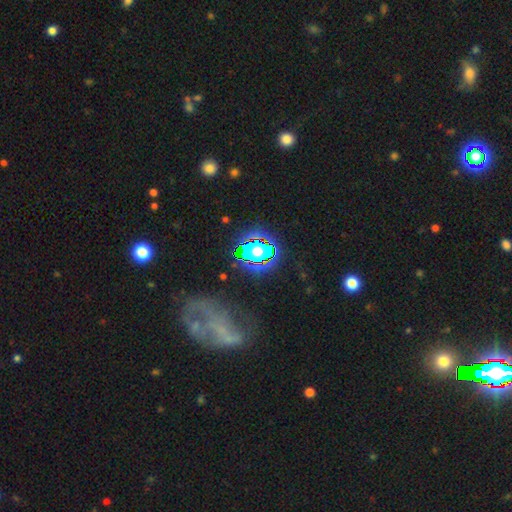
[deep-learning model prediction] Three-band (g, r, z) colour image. It shows a star or artifact, not a galaxy (51%).